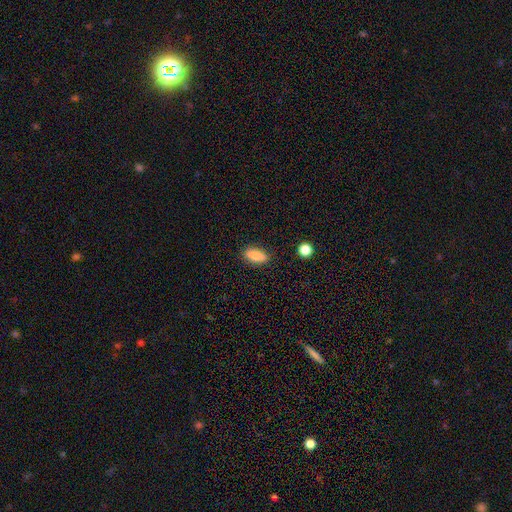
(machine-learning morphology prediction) smooth 82%, featured or disk 10%, star or artifact 8%. Down the decision tree: how rounded — in between (76%); merging — none (86%).